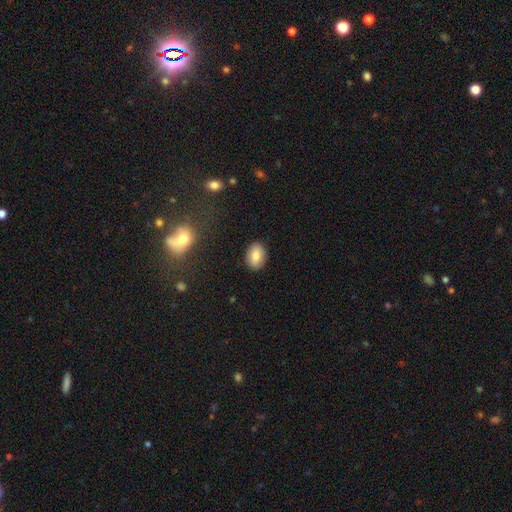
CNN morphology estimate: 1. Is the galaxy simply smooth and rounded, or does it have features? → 82% smooth, 9% featured or disk, 8% star or artifact.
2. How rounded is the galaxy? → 78% in between, 21% round, 1% cigar-shaped.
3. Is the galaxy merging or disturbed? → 88% none, 9% minor disturbance, 2% major disturbance, 1% merger.